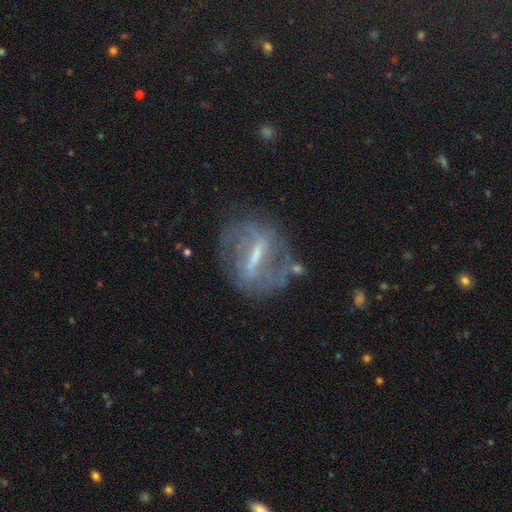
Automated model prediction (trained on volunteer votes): This is likely a featured or disk galaxy (77%). It is clearly not viewed edge-on (87%). Bar: likely strong (66%). Spiral arm pattern: likely yes (67%). Central bulge: marginally small (41%). Merging: likely none (66%).